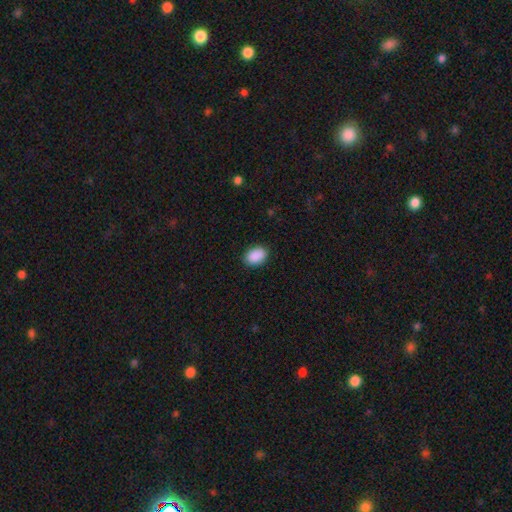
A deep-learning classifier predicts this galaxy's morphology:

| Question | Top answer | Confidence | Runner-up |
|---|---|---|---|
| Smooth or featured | smooth | 90% | star or artifact (7%) |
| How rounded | in between | 80% | round (18%) |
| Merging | none | 86% | minor disturbance (11%) |